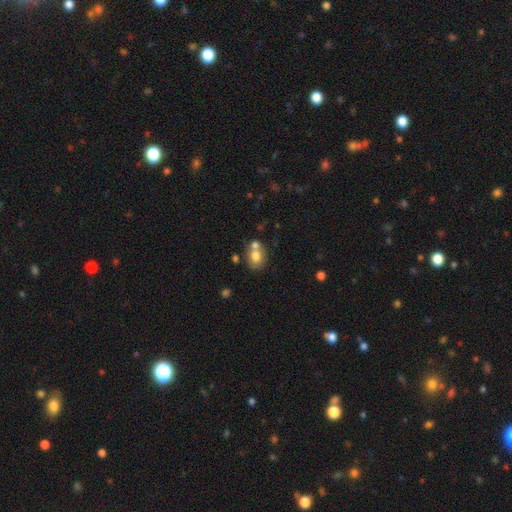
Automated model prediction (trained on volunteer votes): Q: Smooth or featured?
A: smooth (74%); runner-up: featured or disk (16%)
Q: How rounded?
A: in between (50%); runner-up: round (49%)
Q: Merging?
A: none (47%); runner-up: merger (36%)